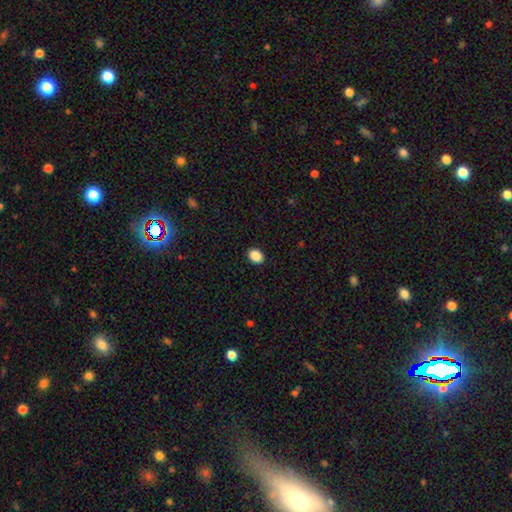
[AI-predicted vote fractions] smooth-or-featured: smooth: 88% | star or artifact: 8% | featured or disk: 3%
  how-rounded: in between: 62% | round: 37% | cigar-shaped: 1%
  merging: none: 91% | minor disturbance: 6% | major disturbance: 2% | merger: 1%